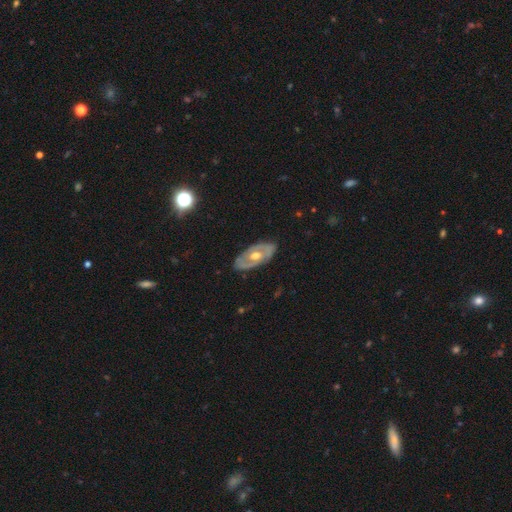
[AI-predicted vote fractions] Smooth or featured? Predicted: featured or disk (p=0.70). Edge-on disk? Predicted: no (p=0.88). Bar? Predicted: no (p=0.72). Spiral arms? Predicted: no (p=0.61). Bulge size? Predicted: moderate (p=0.75). Merging? Predicted: none (p=0.83).